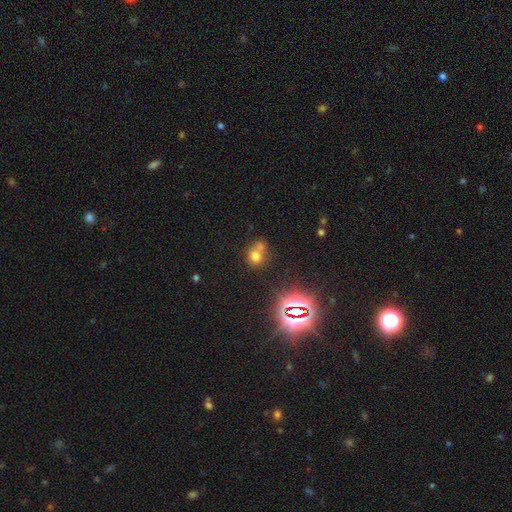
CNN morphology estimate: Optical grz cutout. It shows a smooth galaxy with no disk features (65%) that is round (66%). Merging: merger (48%).